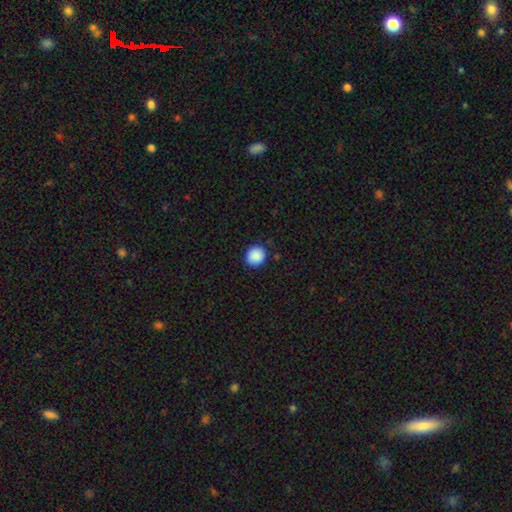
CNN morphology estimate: type=smooth (89%); roundness=round (87%); merging=none (88%).